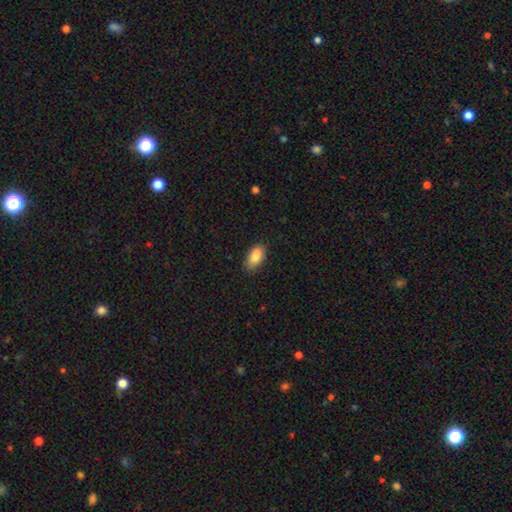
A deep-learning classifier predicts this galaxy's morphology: Smooth or featured?
  - smooth: 85% *
  - featured or disk: 8%
  - star or artifact: 8%
How rounded?
  - in between: 90% *
  - cigar-shaped: 6%
  - round: 4%
Merging?
  - none: 71% *
  - minor disturbance: 19%
  - merger: 6%
  - major disturbance: 4%